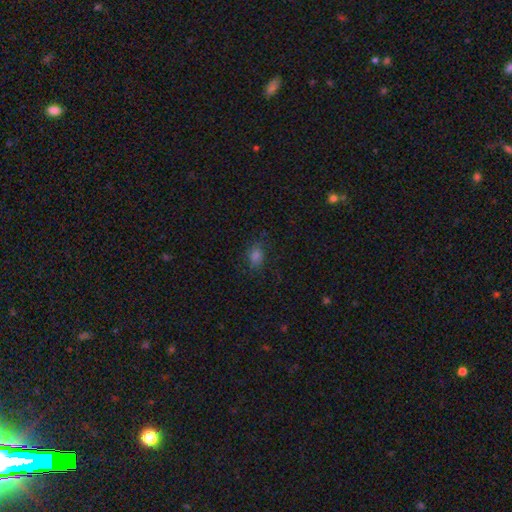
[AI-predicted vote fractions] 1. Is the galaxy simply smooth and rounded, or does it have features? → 75% smooth, 19% star or artifact, 6% featured or disk.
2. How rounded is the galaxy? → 67% in between, 32% round, 2% cigar-shaped.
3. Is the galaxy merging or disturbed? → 79% none, 15% minor disturbance, 5% major disturbance, 1% merger.